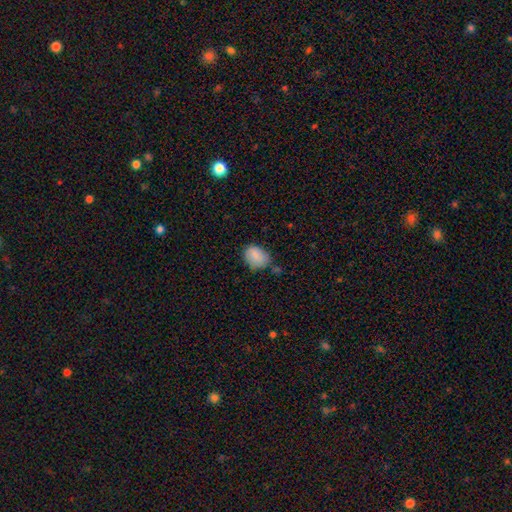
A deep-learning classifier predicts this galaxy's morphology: Smooth or featured?
  - smooth: 84% *
  - featured or disk: 8%
  - star or artifact: 8%
How rounded?
  - in between: 61% *
  - round: 38%
  - cigar-shaped: 1%
Merging?
  - none: 63% *
  - minor disturbance: 26%
  - merger: 6%
  - major disturbance: 5%